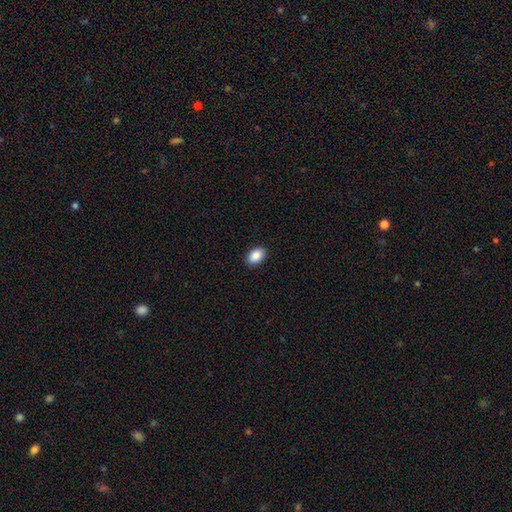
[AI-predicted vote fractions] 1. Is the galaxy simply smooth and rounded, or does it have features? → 89% smooth, 8% star or artifact, 4% featured or disk.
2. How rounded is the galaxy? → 87% in between, 12% round, 1% cigar-shaped.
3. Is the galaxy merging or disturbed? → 91% none, 7% minor disturbance, 2% major disturbance, 1% merger.